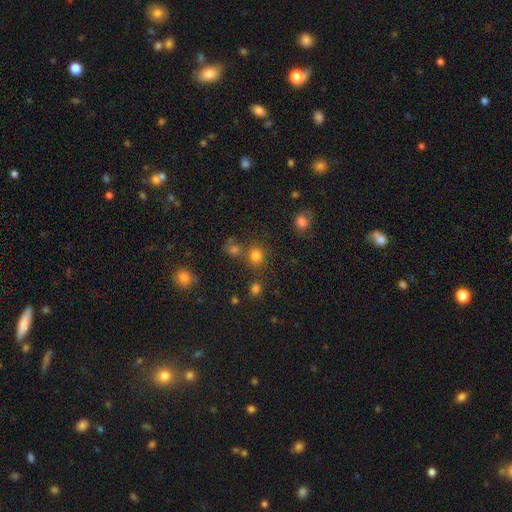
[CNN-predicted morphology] smooth 77%, star or artifact 17%, featured or disk 6%. Down the decision tree: how rounded — round (85%); merging — none (71%).